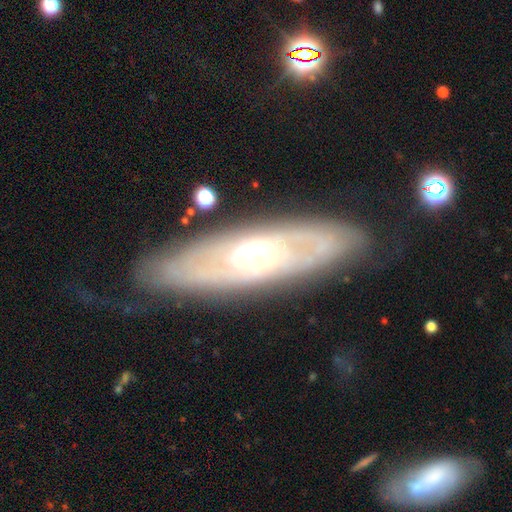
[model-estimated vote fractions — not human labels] smooth_or_featured: featured or disk (p=0.64) [alt: smooth p=0.28]
disk_edge_on: no (p=0.65) [alt: yes p=0.35]
merging: none (p=0.80) [alt: minor disturbance p=0.12]